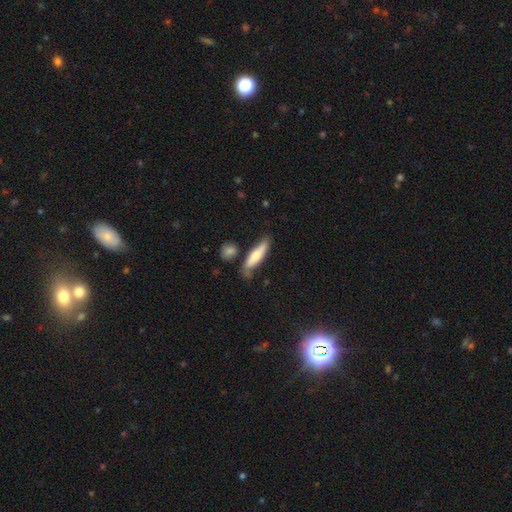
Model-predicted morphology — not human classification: smooth 66%, featured or disk 28%, star or artifact 6%. Down the decision tree: how rounded — cigar-shaped (73%); merging — none (66%).